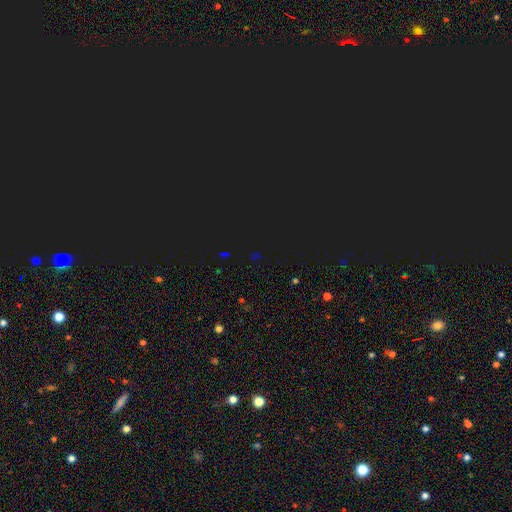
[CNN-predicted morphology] Smooth or featured: star or artifact — 75% (smooth — 18%)